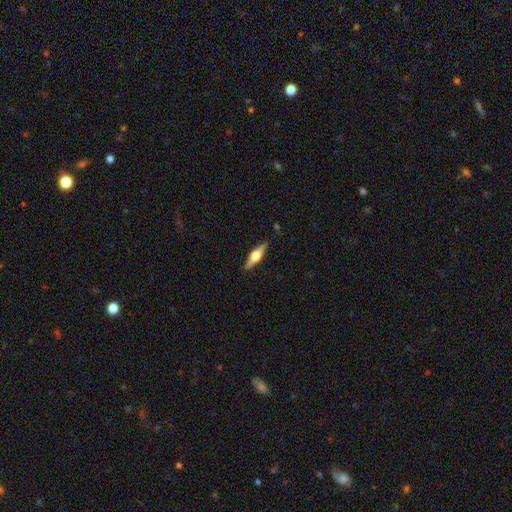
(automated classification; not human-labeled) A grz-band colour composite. It shows a featured or disk galaxy (69%) viewed edge-on (97%) with a rounded central bulge (94%). Merging: none (89%).